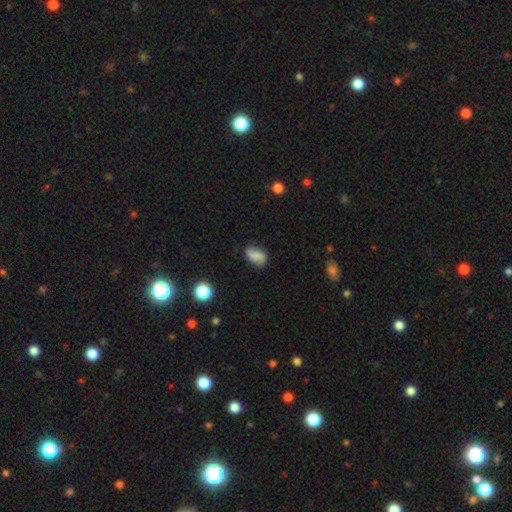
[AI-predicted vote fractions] Smooth or featured: smooth — 68% (featured or disk — 22%)
How rounded: in between — 84% (round — 12%)
Merging: none — 67% (minor disturbance — 24%)